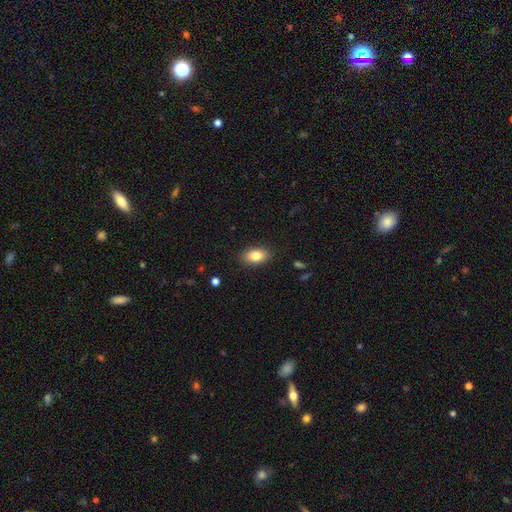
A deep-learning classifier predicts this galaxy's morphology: Smooth or featured? Predicted: smooth (p=0.83). How rounded? Predicted: in between (p=0.89). Merging? Predicted: none (p=0.88).